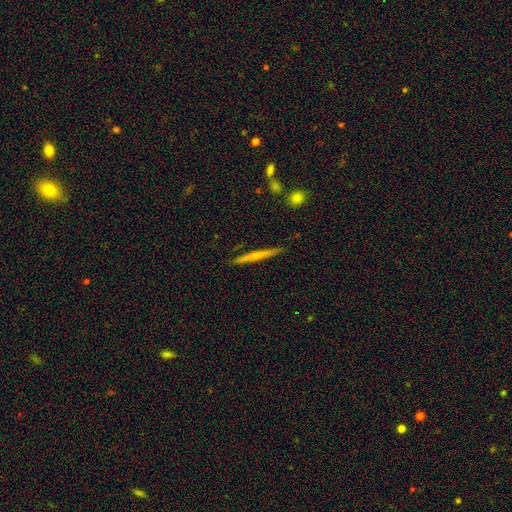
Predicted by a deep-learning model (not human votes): Morphology: type=featured or disk (49%); merging=none (90%).